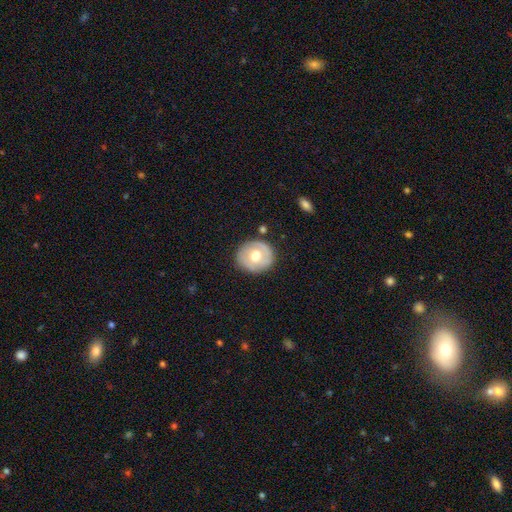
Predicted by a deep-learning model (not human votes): Smooth or featured?
  - featured or disk: 50% *
  - smooth: 44%
  - star or artifact: 6%
Edge-on disk?
  - no: 96% *
  - yes: 4%
Merging?
  - none: 81% *
  - minor disturbance: 13%
  - major disturbance: 4%
  - merger: 2%